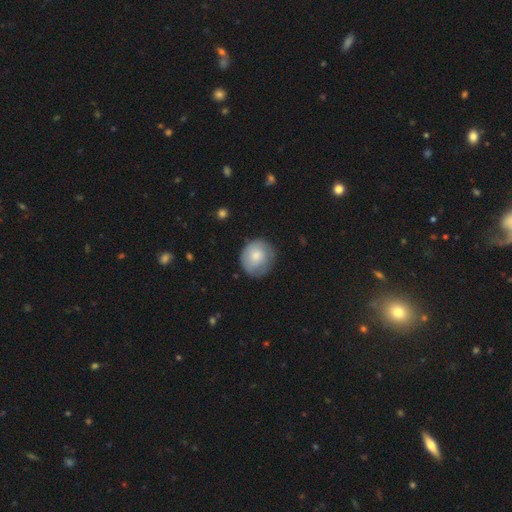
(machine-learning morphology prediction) Smooth or featured: smooth — 73% (featured or disk — 20%)
How rounded: round — 84% (in between — 15%)
Merging: none — 73% (minor disturbance — 20%)